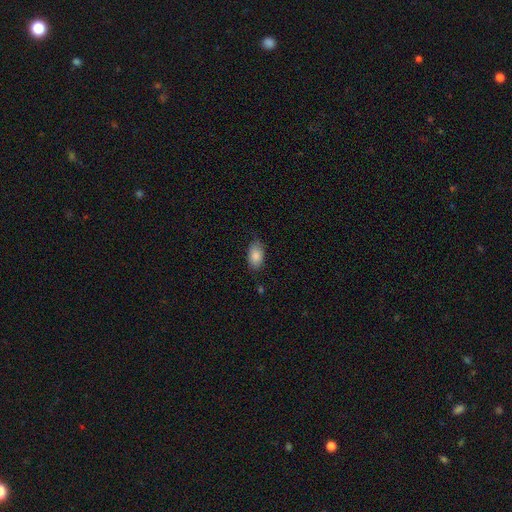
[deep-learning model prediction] A smooth galaxy with no disk features (87%) that is in between round and cigar-shaped (93%).

Vote fractions:
- Smooth or featured? smooth: 87% / star or artifact: 7% / featured or disk: 6%
- How rounded? in between: 93% / round: 6% / cigar-shaped: 2%
- Merging? none: 76% / minor disturbance: 19% / major disturbance: 4% / merger: 1%